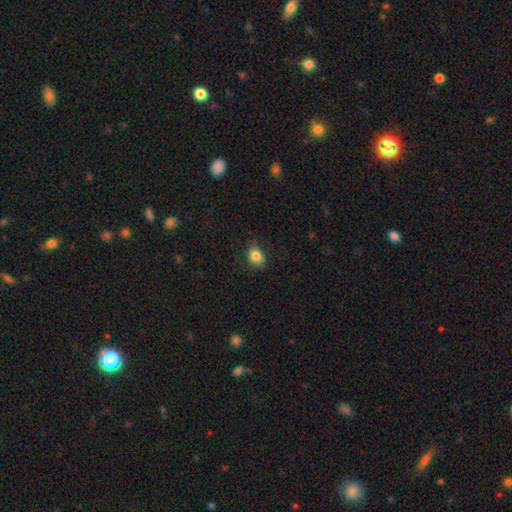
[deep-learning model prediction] Q: Smooth or featured?
A: smooth (84%); runner-up: star or artifact (10%)
Q: How rounded?
A: in between (59%); runner-up: round (40%)
Q: Merging?
A: none (77%); runner-up: minor disturbance (18%)